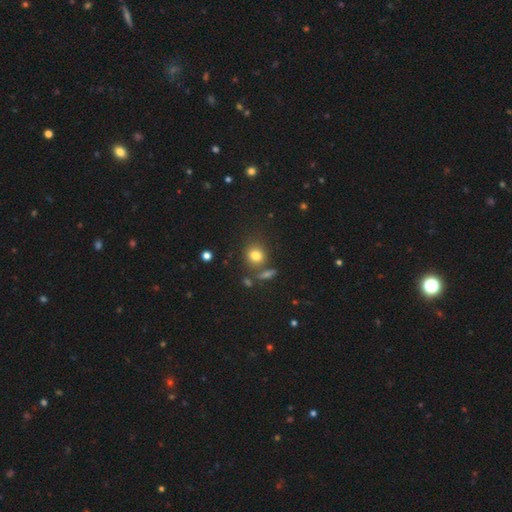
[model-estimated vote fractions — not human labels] Overall: smooth (79%). How rounded: round (75%). Merging: none (72%).